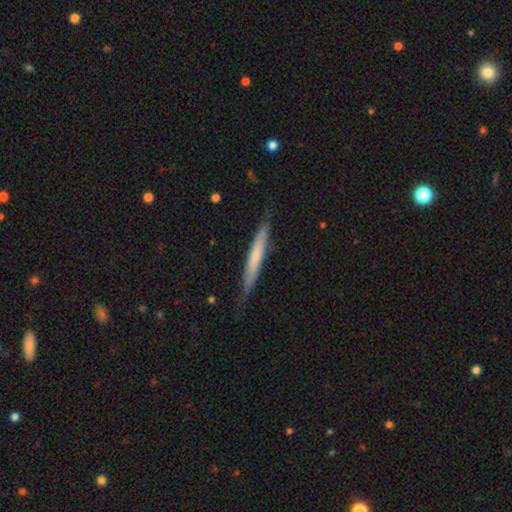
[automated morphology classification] smooth-or-featured: smooth: 55% | featured or disk: 39% | star or artifact: 5%
  how-rounded: cigar-shaped: 96% | in between: 3% | round: 1%
  merging: none: 81% | minor disturbance: 16% | major disturbance: 3% | merger: 1%